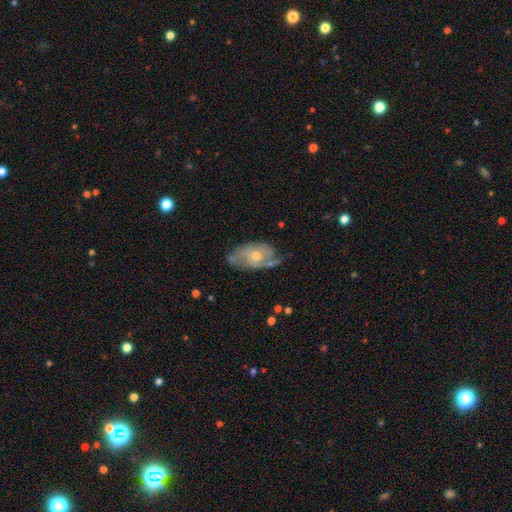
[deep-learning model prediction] smooth_or_featured: featured or disk (p=0.70) [alt: smooth p=0.23]
disk_edge_on: no (p=0.93) [alt: yes p=0.07]
bar: no (p=0.76) [alt: weak p=0.21]
has_spiral_arms: yes (p=0.79) [alt: no p=0.21]
spiral_winding: medium (p=0.39) [tied with: tight p=0.39]
spiral_arm_count: 2 (p=0.40) [alt: can't tell p=0.35]
bulge_size: moderate (p=0.54) [alt: small p=0.41]
merging: none (p=0.51) [alt: minor disturbance p=0.29]